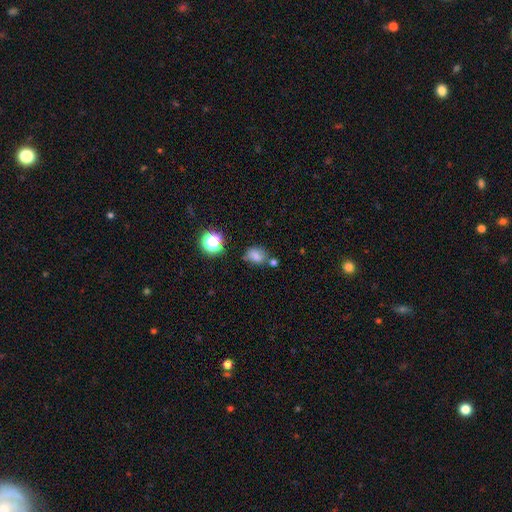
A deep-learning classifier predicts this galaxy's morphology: This is likely a smooth galaxy (71%). How rounded: likely in between (60%). Merging: possibly none (57%).